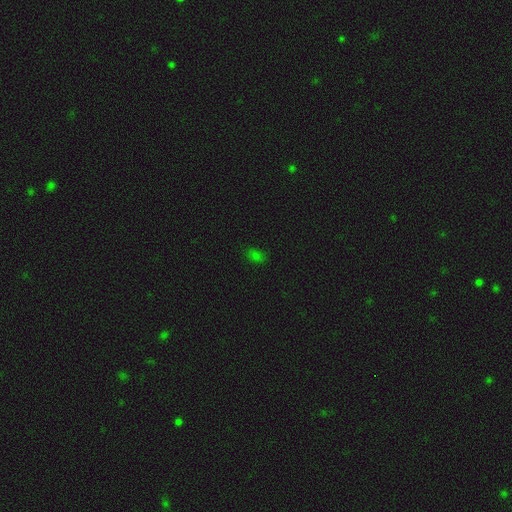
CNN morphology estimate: smooth-or-featured: smooth: 69% | star or artifact: 25% | featured or disk: 6%
  how-rounded: in between: 78% | round: 19% | cigar-shaped: 2%
  merging: none: 80% | minor disturbance: 15% | major disturbance: 4% | merger: 2%